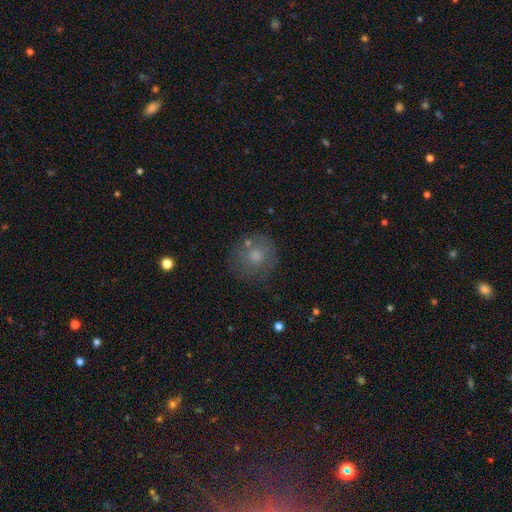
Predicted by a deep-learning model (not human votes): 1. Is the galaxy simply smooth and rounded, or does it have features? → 63% smooth, 23% featured or disk, 13% star or artifact.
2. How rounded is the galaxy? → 90% round, 9% in between, 1% cigar-shaped.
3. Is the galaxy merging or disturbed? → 72% none, 16% minor disturbance, 7% major disturbance, 4% merger.